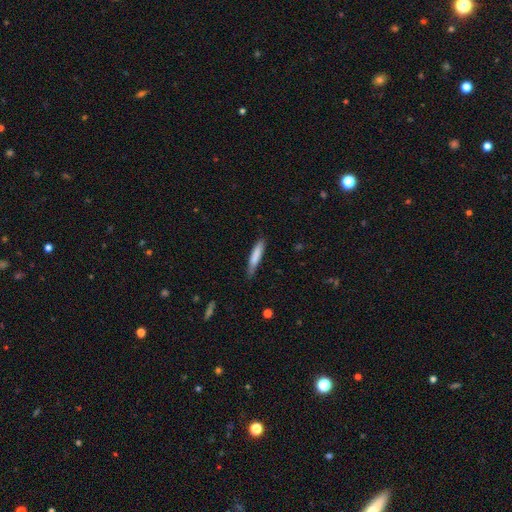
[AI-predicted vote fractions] Q: Smooth or featured?
A: smooth (78%); runner-up: featured or disk (16%)
Q: How rounded?
A: cigar-shaped (88%); runner-up: in between (10%)
Q: Merging?
A: none (73%); runner-up: minor disturbance (22%)